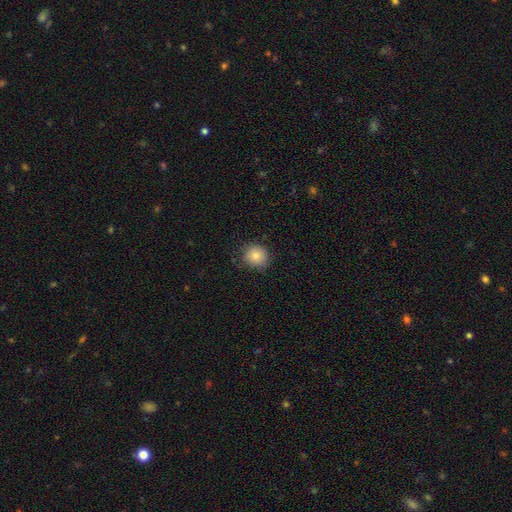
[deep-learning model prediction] This is clearly a smooth galaxy (85%). How rounded: clearly round (88%). Merging: clearly none (83%).